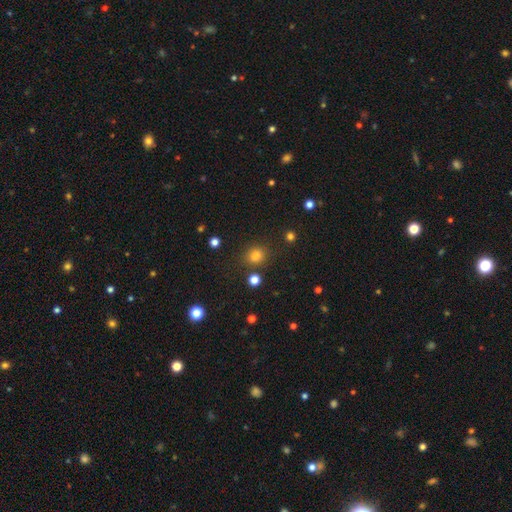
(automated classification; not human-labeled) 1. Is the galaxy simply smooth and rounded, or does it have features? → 79% smooth, 16% star or artifact, 5% featured or disk.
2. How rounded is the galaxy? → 80% round, 19% in between, 1% cigar-shaped.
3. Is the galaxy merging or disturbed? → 82% none, 9% minor disturbance, 4% merger, 4% major disturbance.